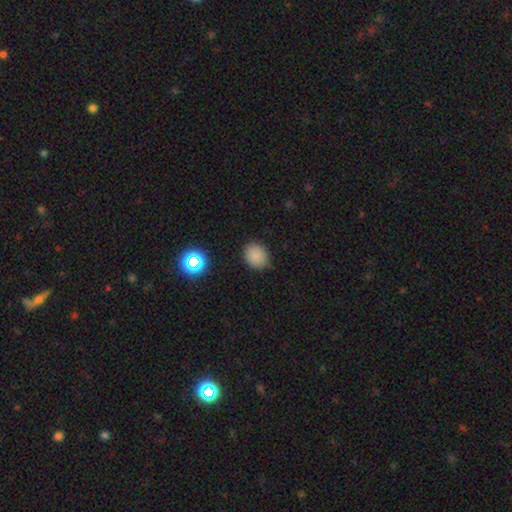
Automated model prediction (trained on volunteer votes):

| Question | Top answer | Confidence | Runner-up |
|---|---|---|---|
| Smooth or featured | smooth | 82% | star or artifact (13%) |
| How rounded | round | 57% | in between (42%) |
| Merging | none | 84% | minor disturbance (12%) |